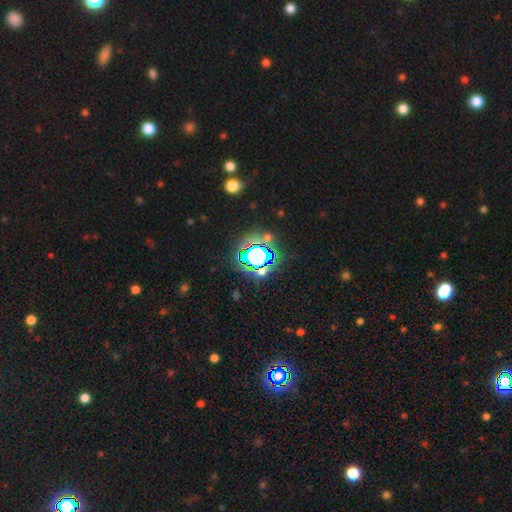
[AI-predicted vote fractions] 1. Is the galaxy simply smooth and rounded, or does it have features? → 63% star or artifact, 24% smooth, 13% featured or disk.